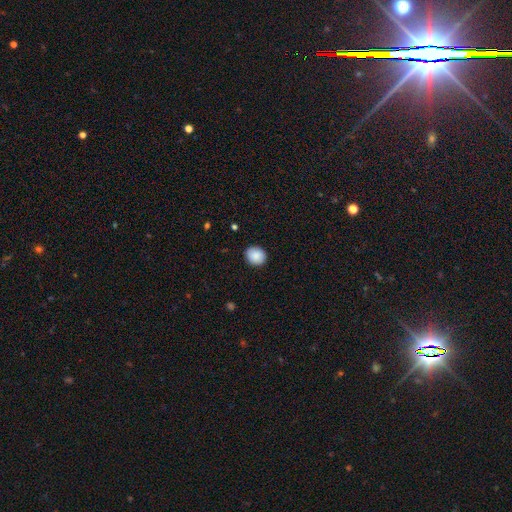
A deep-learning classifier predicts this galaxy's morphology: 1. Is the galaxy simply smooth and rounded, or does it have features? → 88% smooth, 7% star or artifact, 4% featured or disk.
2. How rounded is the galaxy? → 72% round, 27% in between, 1% cigar-shaped.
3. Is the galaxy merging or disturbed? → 90% none, 7% minor disturbance, 2% major disturbance, 1% merger.